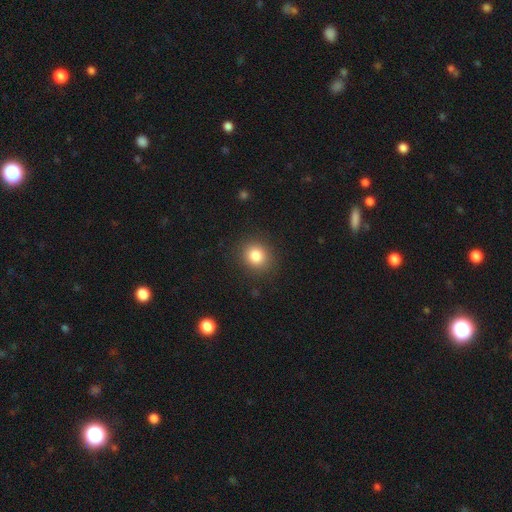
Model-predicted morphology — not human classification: Smooth or featured? smooth (83%)
How rounded? round (79%)
Merging? none (88%)